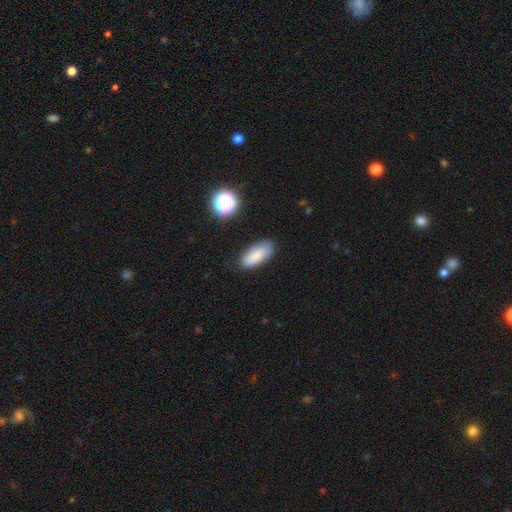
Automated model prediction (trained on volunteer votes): Smooth or featured? Predicted: smooth (p=0.81). How rounded? Predicted: in between (p=0.85). Merging? Predicted: none (p=0.79).